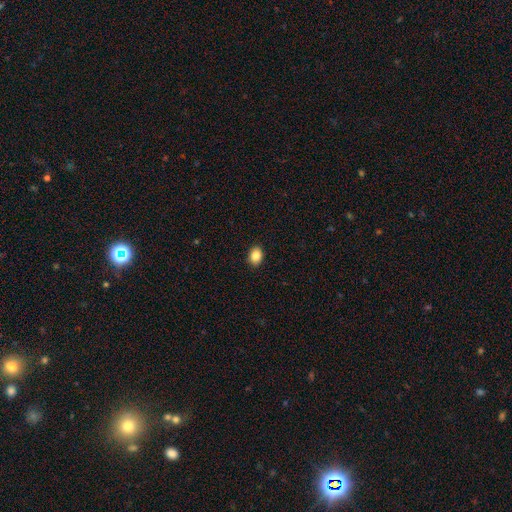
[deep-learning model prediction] Smooth or featured?
  - smooth: 86% *
  - star or artifact: 9%
  - featured or disk: 5%
How rounded?
  - in between: 68% *
  - round: 31%
  - cigar-shaped: 1%
Merging?
  - none: 91% *
  - minor disturbance: 7%
  - major disturbance: 2%
  - merger: 1%